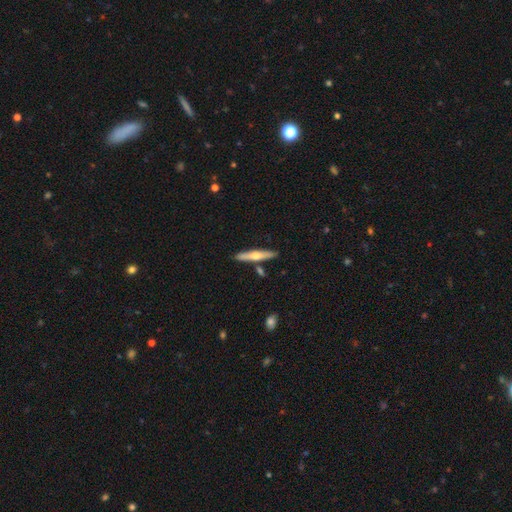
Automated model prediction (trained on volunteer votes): This is possibly a featured or disk galaxy (51%). It is clearly viewed edge-on (95%). Merging: clearly none (83%).